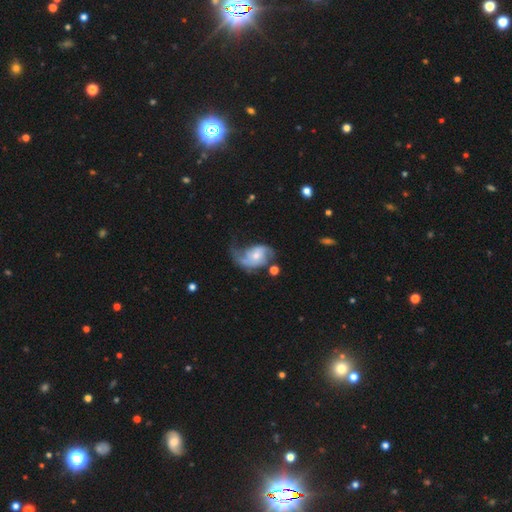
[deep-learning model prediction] A featured or disk galaxy (74%) with no bar (65%), 2 (67%) loose (52%) spiral arms (89%) and a small central bulge (58%).

Vote fractions:
- Smooth or featured? featured or disk: 74% / smooth: 20% / star or artifact: 6%
- Edge-on disk? no: 97% / yes: 3%
- Bar? no: 65% / weak: 29% / strong: 6%
- Spiral arms? yes: 89% / no: 11%
- Spiral winding? loose: 52% / medium: 34% / tight: 13%
- Spiral arm count? 2: 67% / 1: 20% / can't tell: 9% / 3: 3% / 4: 1% / more than 4: 1%
- Bulge size? small: 58% / moderate: 35% / none: 3% / large: 3% / dominant: 1%
- Merging? none: 36% / major disturbance: 34% / minor disturbance: 24% / merger: 6%